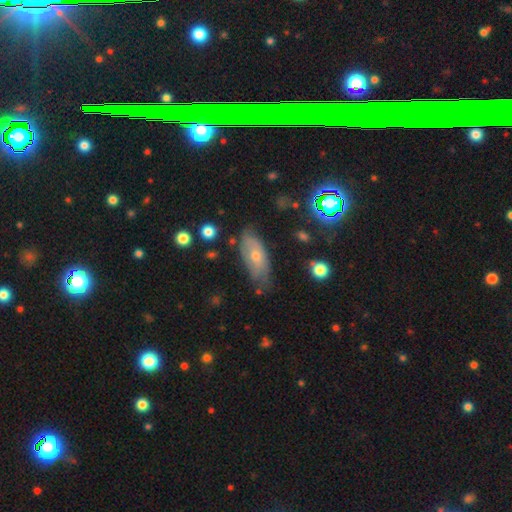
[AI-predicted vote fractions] A smooth galaxy with no disk features (48%).

Vote fractions:
- Smooth or featured? smooth: 48% / featured or disk: 42% / star or artifact: 10%
- Merging? none: 60% / minor disturbance: 30% / major disturbance: 7% / merger: 2%